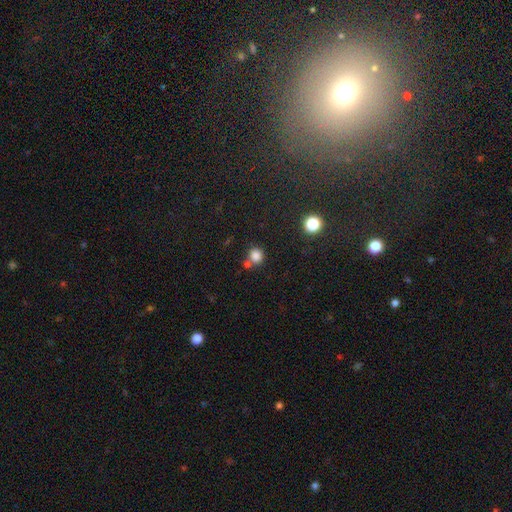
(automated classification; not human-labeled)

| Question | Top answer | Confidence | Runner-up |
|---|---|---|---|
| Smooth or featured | smooth | 83% | star or artifact (12%) |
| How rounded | round | 85% | in between (14%) |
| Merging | none | 64% | merger (22%) |